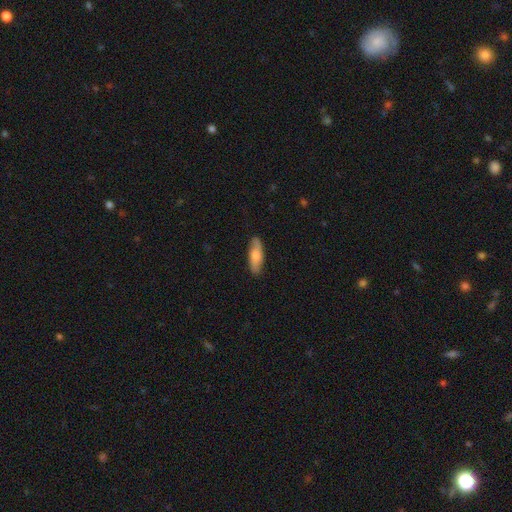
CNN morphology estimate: Smooth or featured? Predicted: smooth (p=0.65). How rounded? Predicted: in between (p=0.51). Merging? Predicted: none (p=0.84).